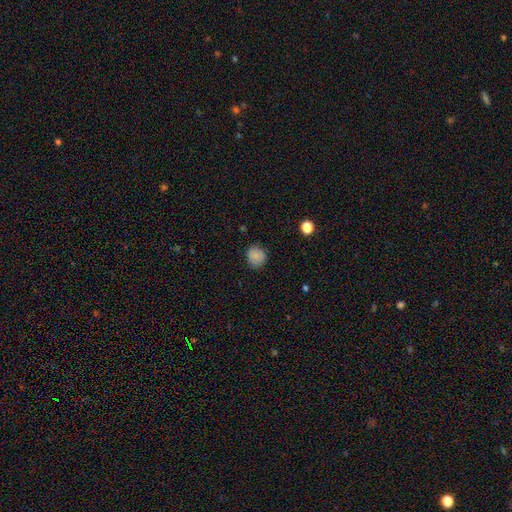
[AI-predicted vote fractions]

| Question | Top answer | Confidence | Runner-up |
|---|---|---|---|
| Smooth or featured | smooth | 84% | star or artifact (10%) |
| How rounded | round | 84% | in between (15%) |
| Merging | none | 84% | minor disturbance (12%) |